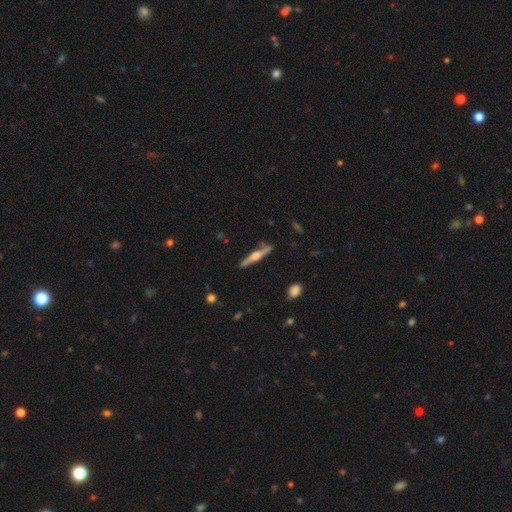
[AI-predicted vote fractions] Smooth or featured?
  - featured or disk: 71% *
  - smooth: 24%
  - star or artifact: 5%
Edge-on disk?
  - yes: 97% *
  - no: 3%
Edge-on bulge?
  - rounded: 85% *
  - boxy: 10%
  - none: 5%
Merging?
  - none: 84% *
  - minor disturbance: 12%
  - merger: 2%
  - major disturbance: 2%